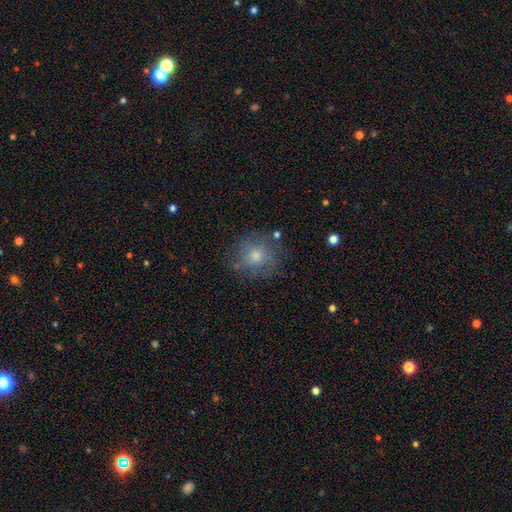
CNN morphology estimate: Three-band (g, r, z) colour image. It shows a smooth galaxy with no disk features (63%) that is round (86%). Merging: none (75%).